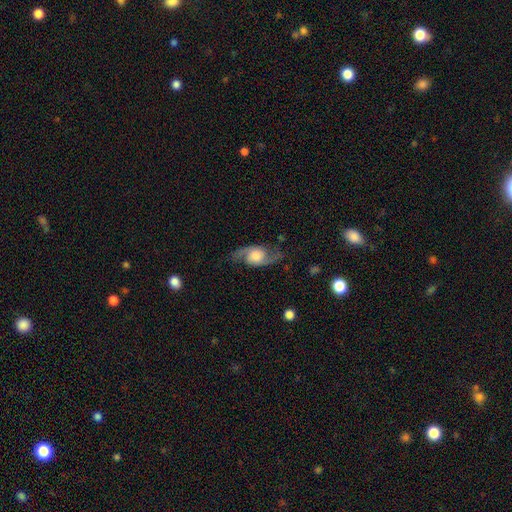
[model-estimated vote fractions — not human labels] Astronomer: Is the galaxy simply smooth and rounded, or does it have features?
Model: featured or disk — 82%.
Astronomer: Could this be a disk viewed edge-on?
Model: no — 94%.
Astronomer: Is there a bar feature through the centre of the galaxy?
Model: no — 68%.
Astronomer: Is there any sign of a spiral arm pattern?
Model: yes — 95%.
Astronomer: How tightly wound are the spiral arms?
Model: loose — 54% (runner-up: medium, 37%).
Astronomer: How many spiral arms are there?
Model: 2 — 93%.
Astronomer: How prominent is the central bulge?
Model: large — 37% (runner-up: moderate, 35%).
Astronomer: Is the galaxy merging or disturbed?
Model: none — 77%.